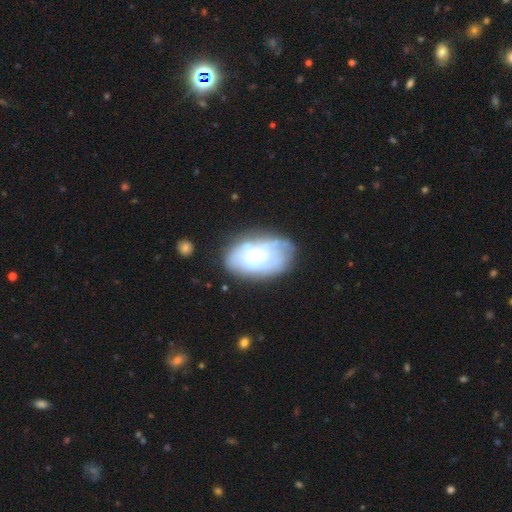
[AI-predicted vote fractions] Smooth or featured: featured or disk — 49% (smooth — 43%)
Merging: none — 64% (minor disturbance — 22%)